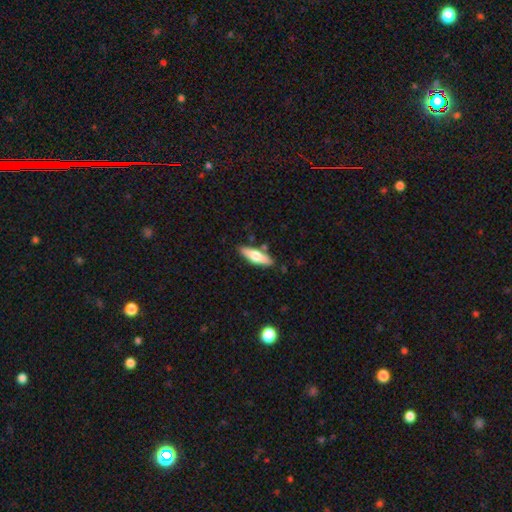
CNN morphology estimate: smooth_or_featured: smooth (p=0.58) [alt: featured or disk p=0.36]
how_rounded: cigar-shaped (p=0.53) [alt: in between p=0.45]
merging: none (p=0.81) [alt: minor disturbance p=0.12]